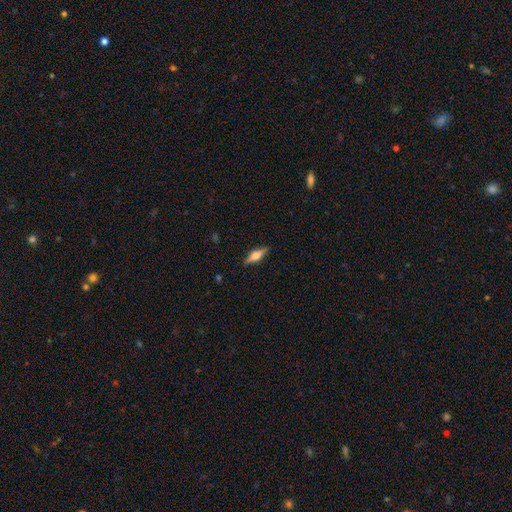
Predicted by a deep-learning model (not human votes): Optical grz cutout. It shows a featured or disk galaxy (53%) viewed edge-on (94%) with a rounded central bulge (90%). Merging: none (87%).